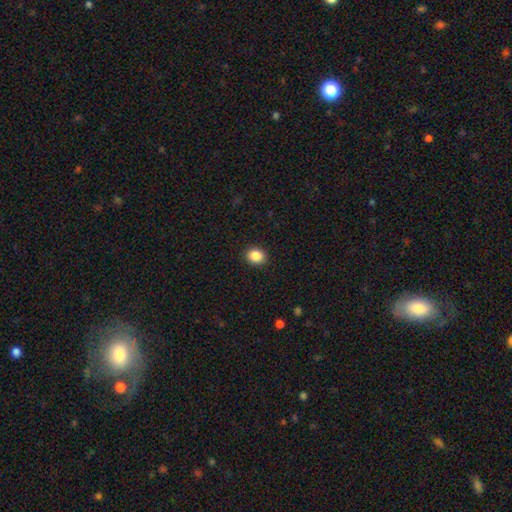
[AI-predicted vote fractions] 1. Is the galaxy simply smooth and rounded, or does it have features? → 87% smooth, 9% star or artifact, 4% featured or disk.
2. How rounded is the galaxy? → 63% round, 36% in between, 1% cigar-shaped.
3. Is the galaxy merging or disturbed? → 91% none, 6% minor disturbance, 2% major disturbance, 1% merger.